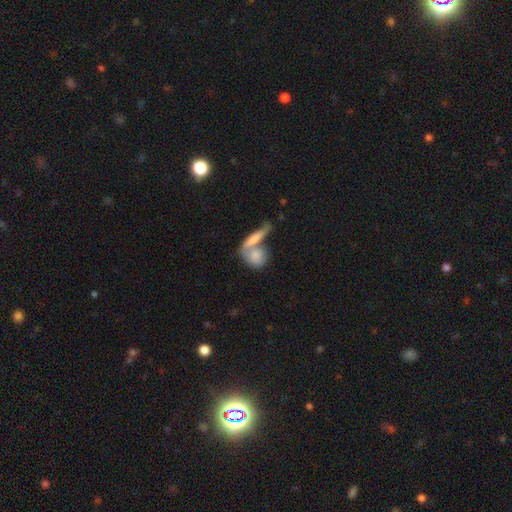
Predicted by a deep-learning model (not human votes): Smooth or featured?
  - smooth: 72% *
  - featured or disk: 21%
  - star or artifact: 7%
How rounded?
  - in between: 49% *
  - round: 35%
  - cigar-shaped: 16%
Merging?
  - merger: 56% *
  - none: 29%
  - minor disturbance: 9%
  - major disturbance: 6%